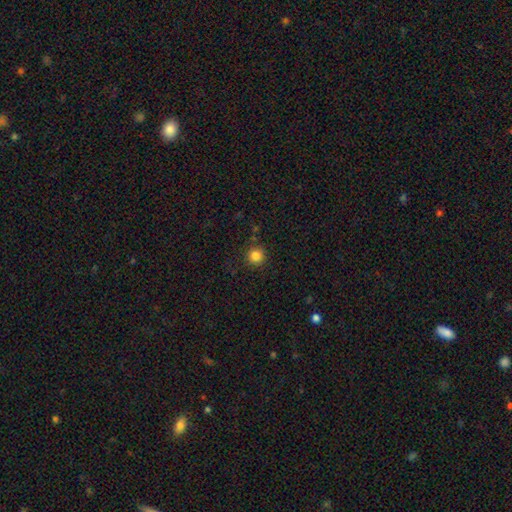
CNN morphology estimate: smooth 83%, star or artifact 12%, featured or disk 5%. Down the decision tree: how rounded — round (95%); merging — none (89%).